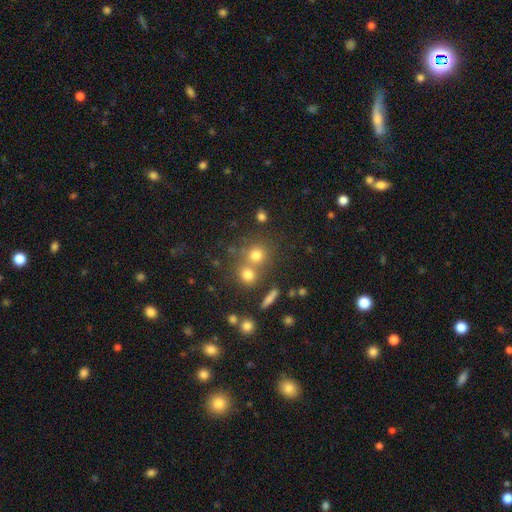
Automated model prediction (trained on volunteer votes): The model was most divided on "merging": none: 55%, merger: 34%, minor disturbance: 8%, major disturbance: 4%. More confident: how rounded — round (86%); smooth or featured — smooth (70%).